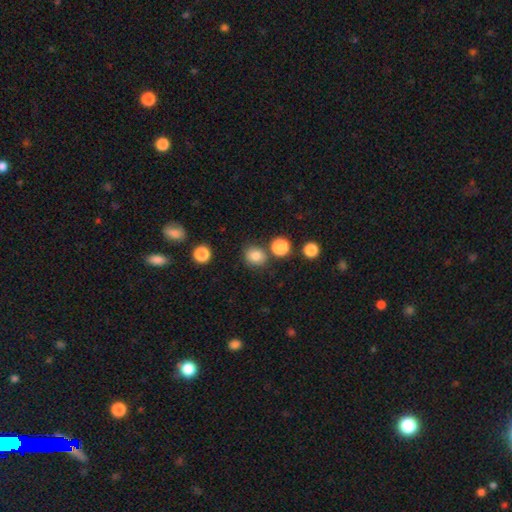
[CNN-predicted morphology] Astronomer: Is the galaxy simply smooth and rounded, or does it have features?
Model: smooth — 83%.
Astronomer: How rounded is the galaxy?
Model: round — 74%.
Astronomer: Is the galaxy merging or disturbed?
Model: none — 79%.